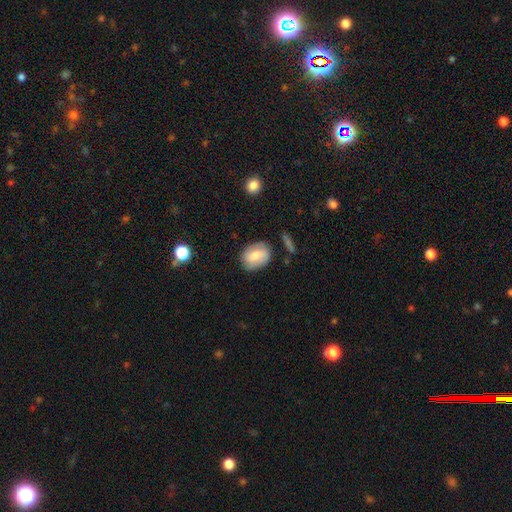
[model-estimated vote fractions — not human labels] A smooth galaxy with no disk features (67%) that is in between round and cigar-shaped (69%).

Vote fractions:
- Smooth or featured? smooth: 67% / featured or disk: 26% / star or artifact: 7%
- How rounded? in between: 69% / round: 29% / cigar-shaped: 1%
- Merging? none: 76% / minor disturbance: 18% / major disturbance: 4% / merger: 2%